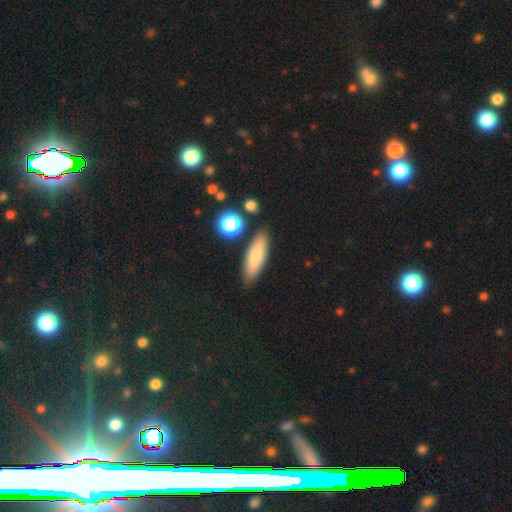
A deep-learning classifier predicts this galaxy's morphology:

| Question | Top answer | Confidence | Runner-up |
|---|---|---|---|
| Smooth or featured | smooth | 78% | featured or disk (16%) |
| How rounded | in between | 49% | cigar-shaped (48%) |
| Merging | none | 84% | minor disturbance (10%) |